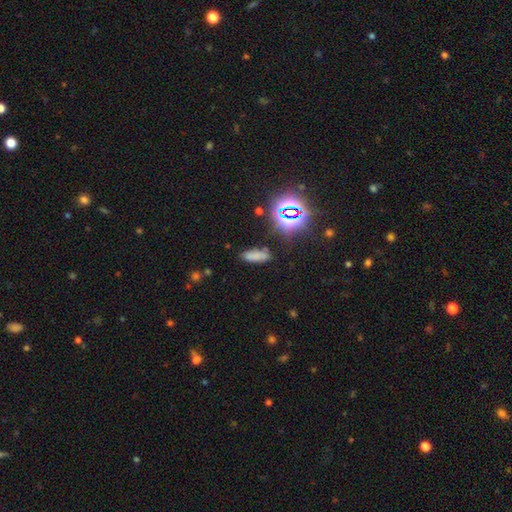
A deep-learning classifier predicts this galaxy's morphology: smooth 68%, star or artifact 24%, featured or disk 8%. Down the decision tree: how rounded — in between (60%); merging — none (80%).